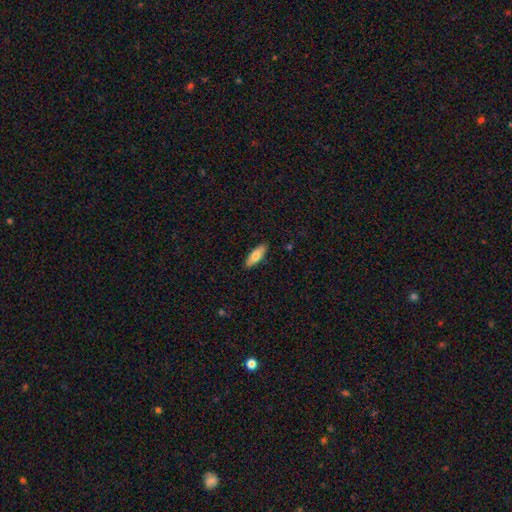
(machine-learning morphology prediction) Smooth or featured? smooth (72%)
How rounded? in between (61%)
Merging? none (89%)